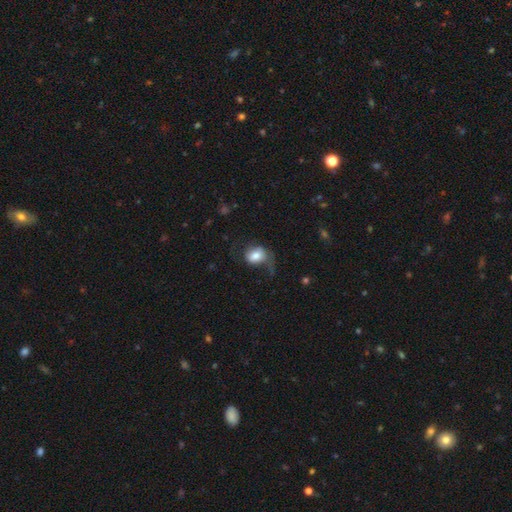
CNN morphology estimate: smooth 68%, featured or disk 24%, star or artifact 8%. Down the decision tree: how rounded — in between (54%); merging — none (36%).